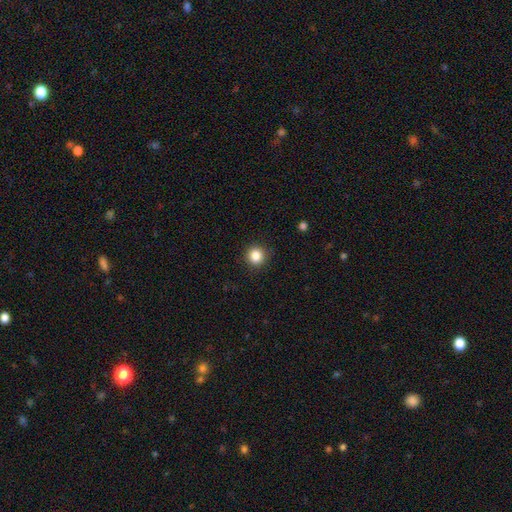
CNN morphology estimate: smooth_or_featured: smooth (p=0.85) [alt: star or artifact p=0.11]
how_rounded: round (p=0.93) [alt: in between p=0.06]
merging: none (p=0.91) [alt: minor disturbance p=0.06]